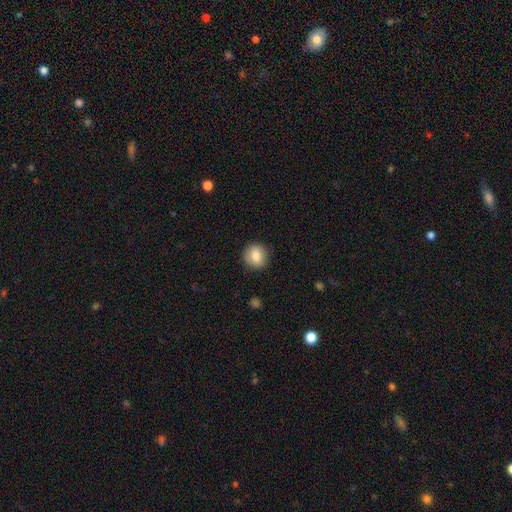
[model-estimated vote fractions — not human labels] Smooth or featured? smooth (82%)
How rounded? round (84%)
Merging? none (86%)